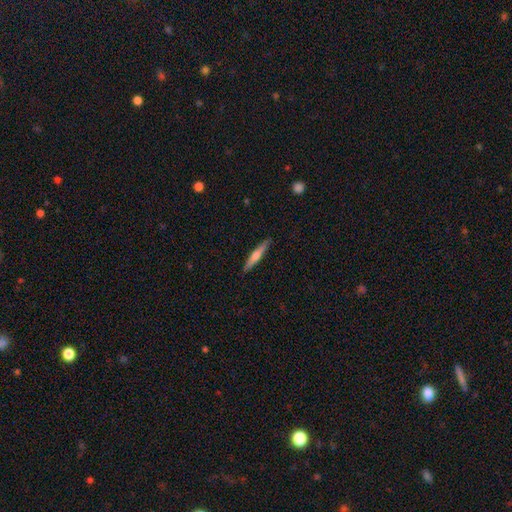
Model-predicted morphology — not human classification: A smooth galaxy with no disk features (50%) that is cigar-shaped (93%).

Vote fractions:
- Smooth or featured? smooth: 50% / featured or disk: 44% / star or artifact: 6%
- How rounded? cigar-shaped: 93% / in between: 5% / round: 1%
- Merging? none: 90% / minor disturbance: 8% / major disturbance: 1% / merger: 1%